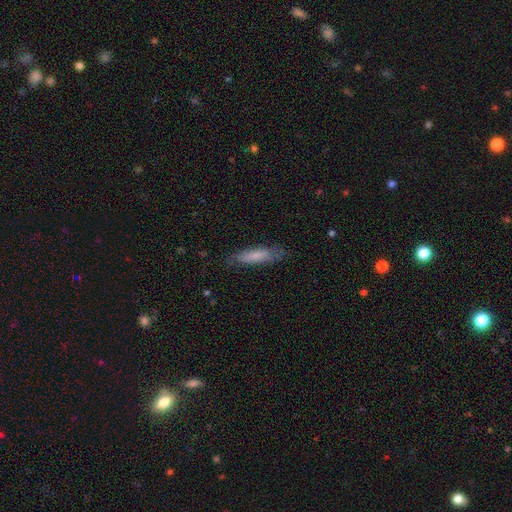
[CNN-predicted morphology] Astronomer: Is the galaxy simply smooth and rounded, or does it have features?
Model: smooth — 69%.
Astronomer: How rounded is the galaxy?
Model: cigar-shaped — 71%.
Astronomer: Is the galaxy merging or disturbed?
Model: none — 76%.